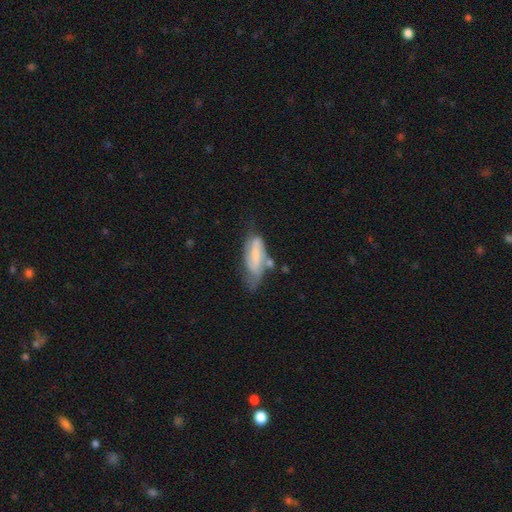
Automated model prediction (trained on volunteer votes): smooth_or_featured: featured or disk (p=0.64) [alt: smooth p=0.29]
disk_edge_on: no (p=0.88) [alt: yes p=0.12]
bar: strong (p=0.40) [alt: weak p=0.38]
has_spiral_arms: yes (p=0.84) [alt: no p=0.16]
bulge_size: small (p=0.48) [alt: moderate p=0.24]
merging: none (p=0.42) [alt: minor disturbance p=0.29]